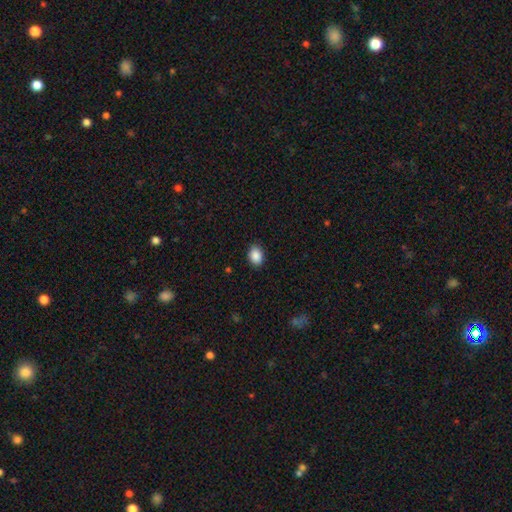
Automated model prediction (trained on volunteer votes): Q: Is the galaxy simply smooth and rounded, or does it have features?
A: smooth — 89%.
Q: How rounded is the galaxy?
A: in between — 74%.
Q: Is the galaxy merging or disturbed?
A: none — 88%.